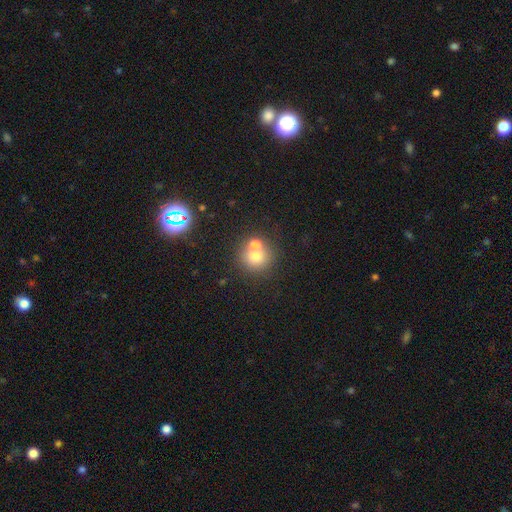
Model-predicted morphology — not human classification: A smooth galaxy with no disk features (71%) that is round (88%). Merging: none (51%).